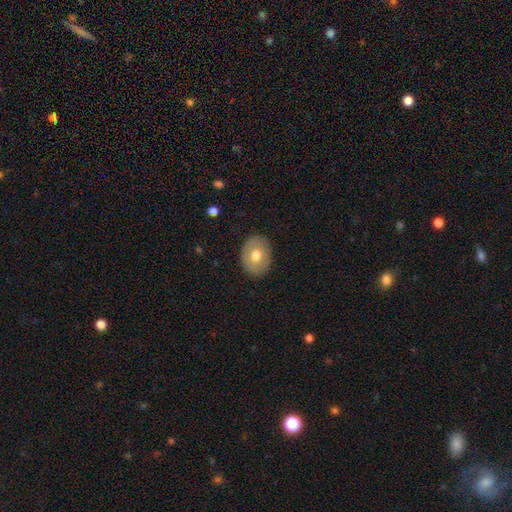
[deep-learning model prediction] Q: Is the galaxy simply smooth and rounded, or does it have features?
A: smooth — 65%.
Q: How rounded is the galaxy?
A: in between — 62%.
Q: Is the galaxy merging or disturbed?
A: none — 87%.